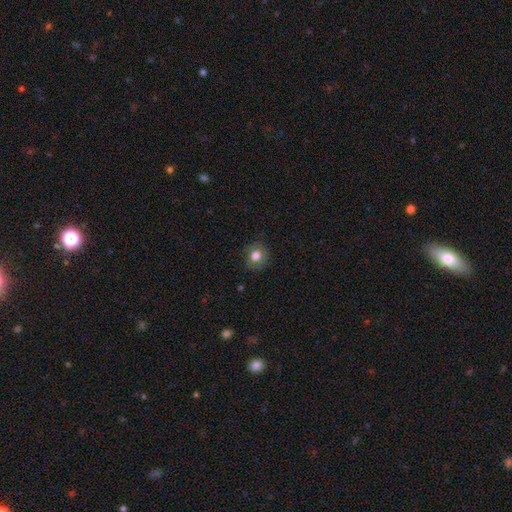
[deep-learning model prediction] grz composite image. It shows a smooth galaxy with no disk features (74%) that is round (77%). Merging: none (83%).